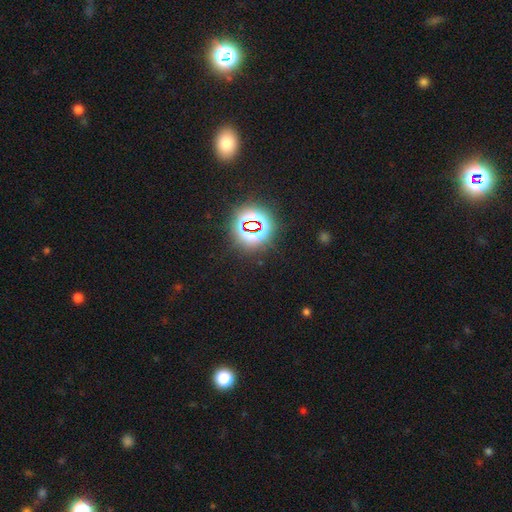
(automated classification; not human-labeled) Smooth or featured?
  - star or artifact: 78% *
  - smooth: 15%
  - featured or disk: 7%